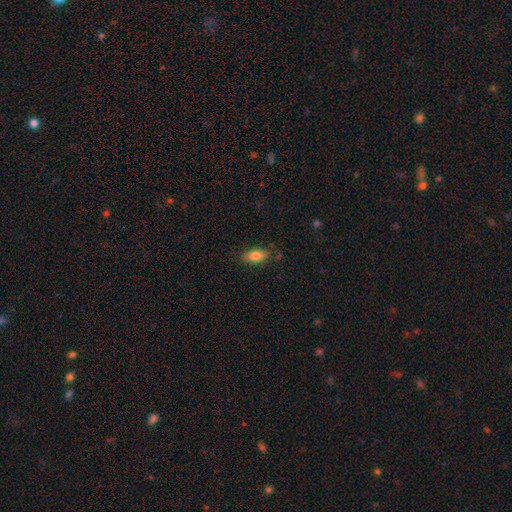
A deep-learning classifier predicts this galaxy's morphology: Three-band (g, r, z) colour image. It shows a smooth galaxy with no disk features (81%) that is in between round and cigar-shaped (87%). Merging: none (82%).